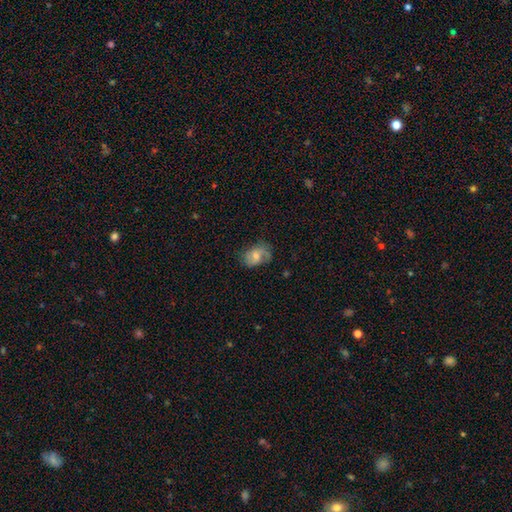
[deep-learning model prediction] This is possibly a smooth galaxy (46%, tied with featured or disk). Merging: possibly none (58%).